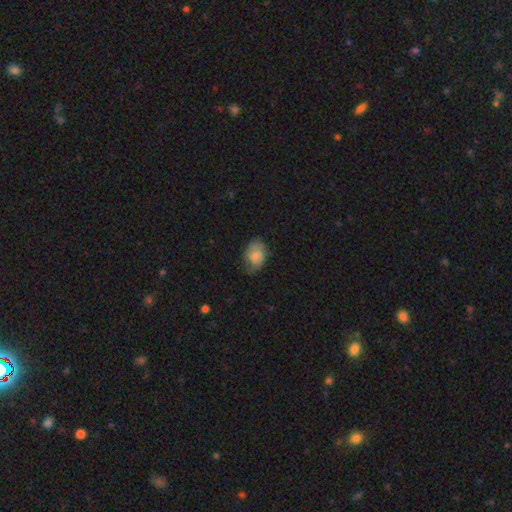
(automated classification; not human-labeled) A smooth galaxy with no disk features (72%) that is in between round and cigar-shaped (80%). Merging: none (53%).